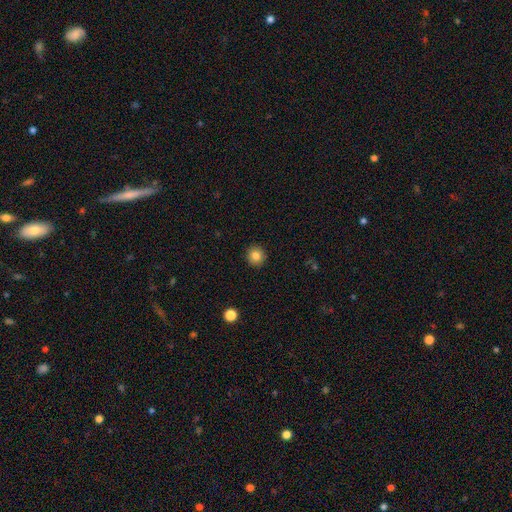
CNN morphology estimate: Smooth or featured? Predicted: smooth (p=0.83). How rounded? Predicted: round (p=0.93). Merging? Predicted: none (p=0.92).